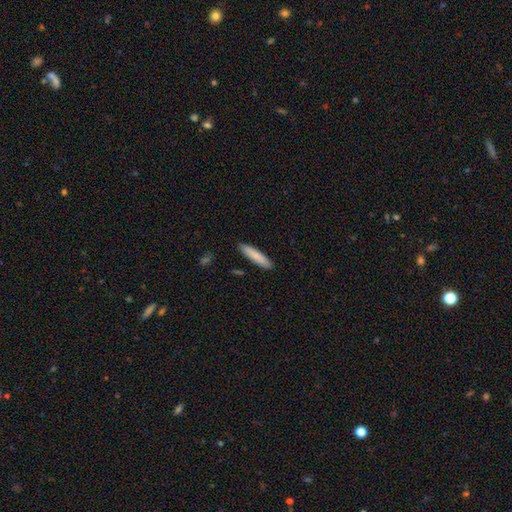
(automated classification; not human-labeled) Smooth or featured? Predicted: smooth (p=0.85). How rounded? Predicted: cigar-shaped (p=0.84). Merging? Predicted: none (p=0.90).